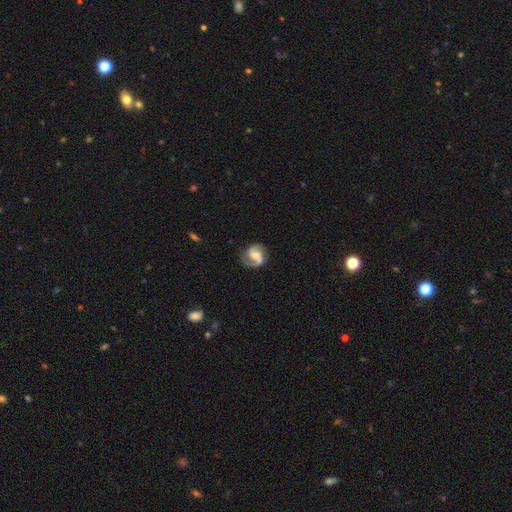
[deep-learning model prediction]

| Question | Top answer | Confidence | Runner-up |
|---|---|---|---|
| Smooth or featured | featured or disk | 82% | smooth (12%) |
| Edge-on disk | no | 98% | yes (2%) |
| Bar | weak | 44% | no (41%) |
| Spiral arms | yes | 95% | no (5%) |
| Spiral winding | medium | 52% | tight (26%) |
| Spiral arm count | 2 | 84% | 1 (9%) |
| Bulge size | moderate | 48% | small (37%) |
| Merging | none | 71% | minor disturbance (17%) |